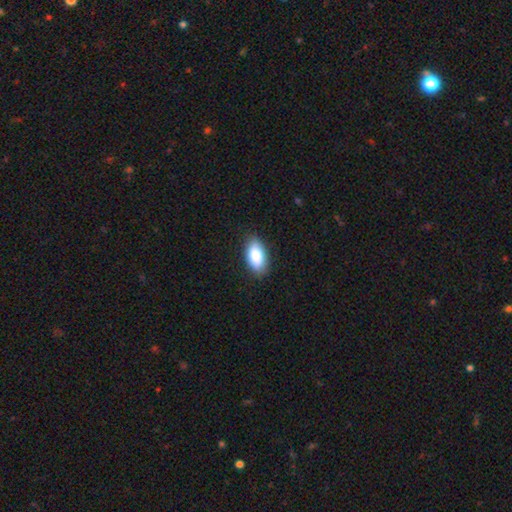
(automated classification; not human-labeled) smooth-or-featured: smooth: 85% | featured or disk: 8% | star or artifact: 6%
  how-rounded: in between: 92% | cigar-shaped: 4% | round: 3%
  merging: none: 85% | minor disturbance: 12% | major disturbance: 2% | merger: 1%